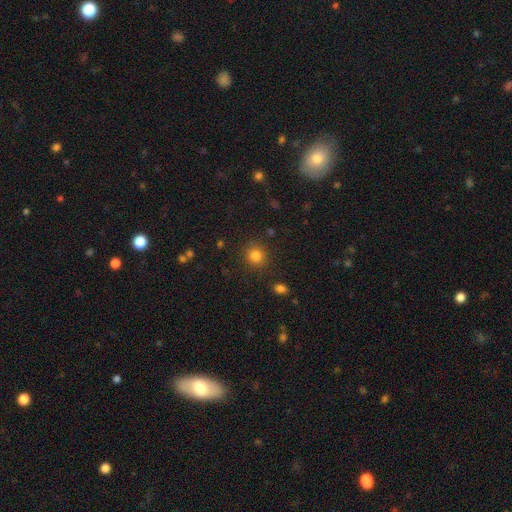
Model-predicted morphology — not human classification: smooth_or_featured: smooth (p=0.82) [alt: star or artifact p=0.13]
how_rounded: round (p=0.89) [alt: in between p=0.10]
merging: none (p=0.88) [alt: minor disturbance p=0.07]